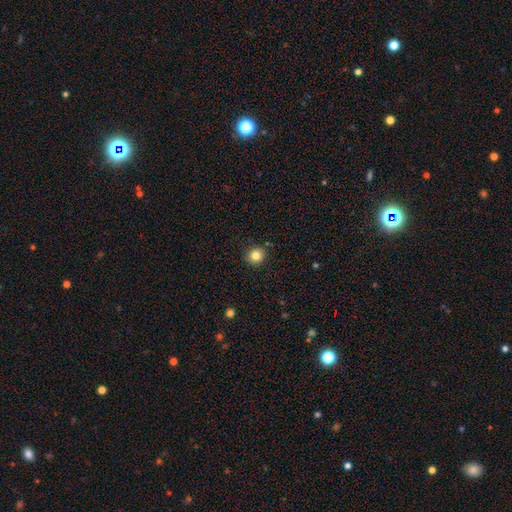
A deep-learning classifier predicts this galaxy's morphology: Smooth or featured: smooth — 83% (star or artifact — 11%)
How rounded: round — 91% (in between — 8%)
Merging: none — 90% (minor disturbance — 6%)